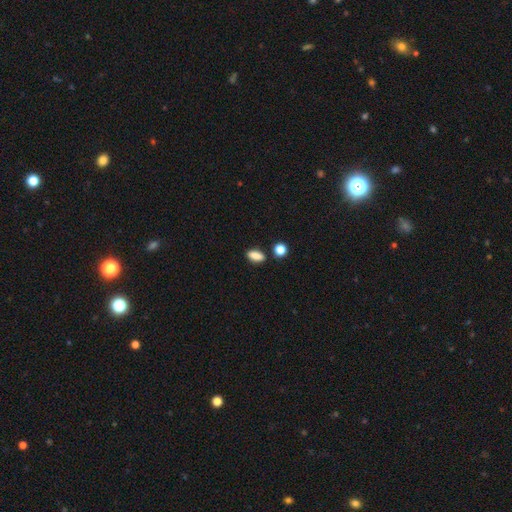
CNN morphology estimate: smooth-or-featured: smooth: 86% | star or artifact: 8% | featured or disk: 5%
  how-rounded: in between: 76% | cigar-shaped: 16% | round: 8%
  merging: none: 82% | minor disturbance: 10% | merger: 5% | major disturbance: 3%